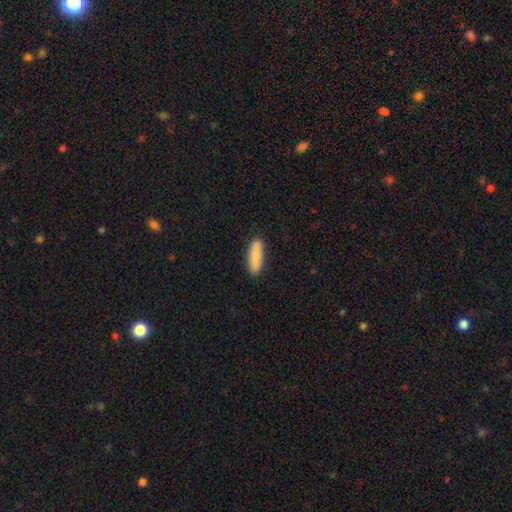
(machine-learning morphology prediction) This appears to be a smooth galaxy with no disk features (85%) that is cigar-shaped (52%). Merging: none (87%).